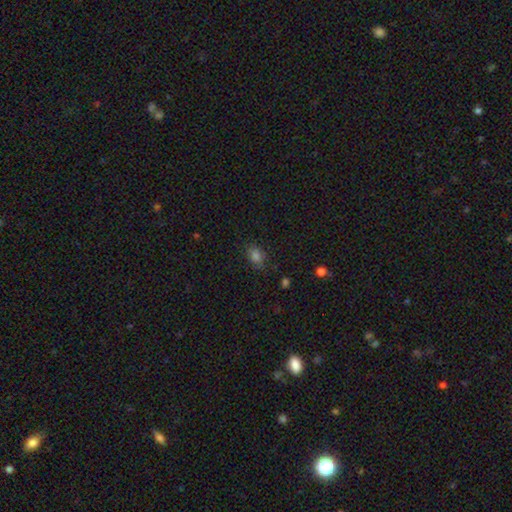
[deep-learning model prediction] smooth 74%, star or artifact 20%, featured or disk 6%. Down the decision tree: how rounded — in between (63%); merging — none (79%).